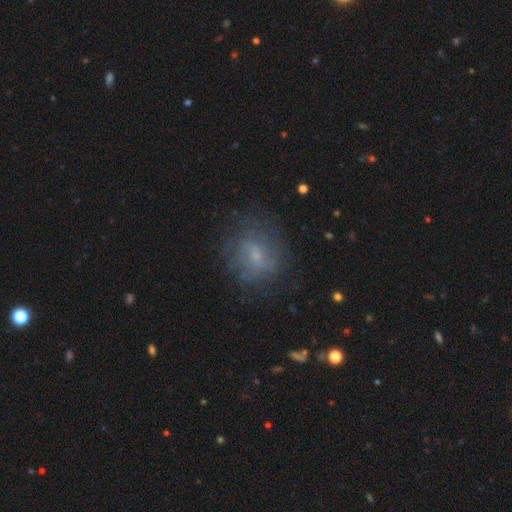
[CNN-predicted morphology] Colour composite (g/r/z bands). It shows a featured or disk galaxy (48%). Merging: none (71%).